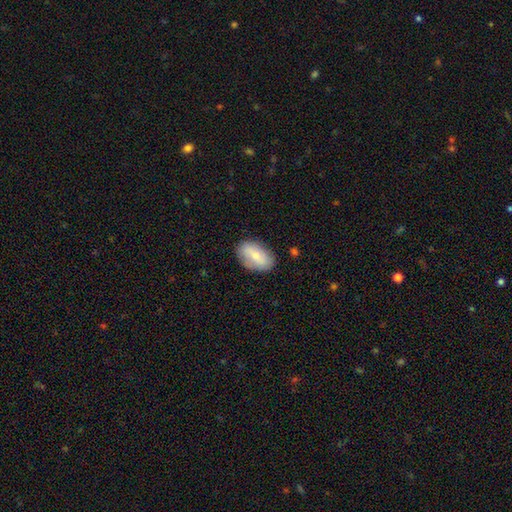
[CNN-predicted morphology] Smooth or featured? Predicted: smooth (p=0.67). How rounded? Predicted: in between (p=0.91). Merging? Predicted: none (p=0.81).